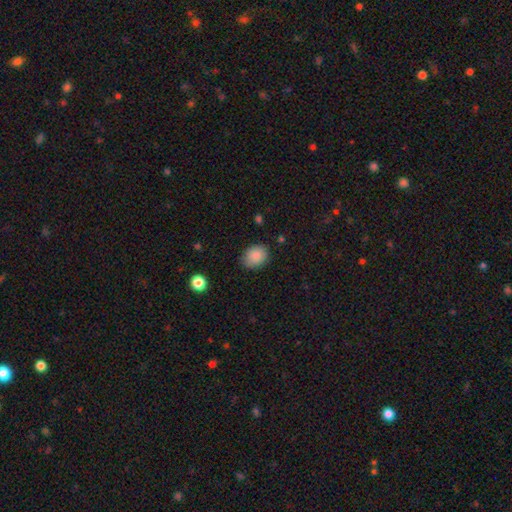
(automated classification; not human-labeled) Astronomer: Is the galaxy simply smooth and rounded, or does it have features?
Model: smooth — 88%.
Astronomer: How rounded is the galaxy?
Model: in between — 62% (runner-up: round, 37%).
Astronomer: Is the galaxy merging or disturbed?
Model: none — 81%.